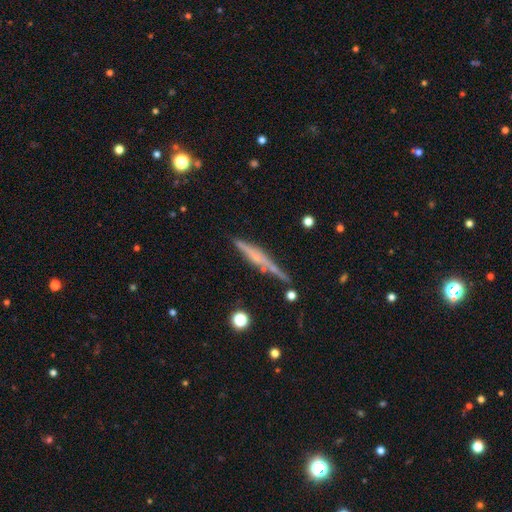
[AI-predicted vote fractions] Morphology: type=featured or disk (63%); edge-on=yes (96%); edge-on bulge=none (42%); merging=none (73%).